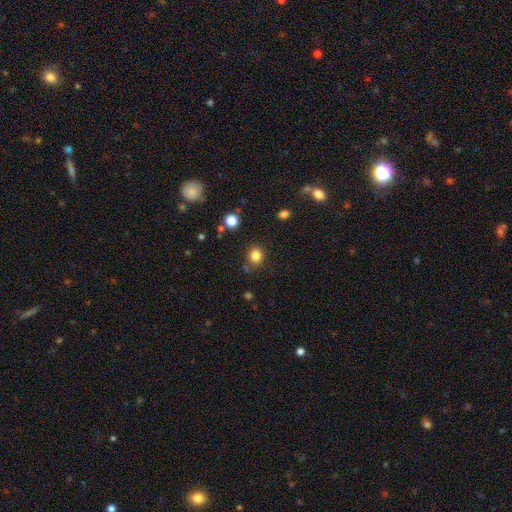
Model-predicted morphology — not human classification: smooth_or_featured: smooth (p=0.82) [alt: star or artifact p=0.13]
how_rounded: round (p=0.74) [alt: in between p=0.26]
merging: none (p=0.82) [alt: minor disturbance p=0.10]